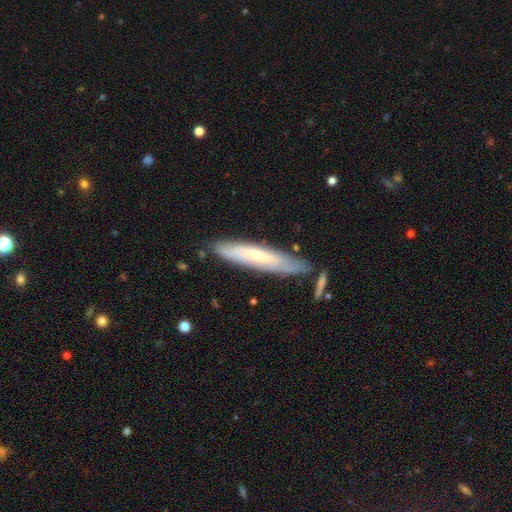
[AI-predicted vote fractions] Smooth or featured? featured or disk (55%)
Edge-on disk? yes (63%)
Merging? none (77%)